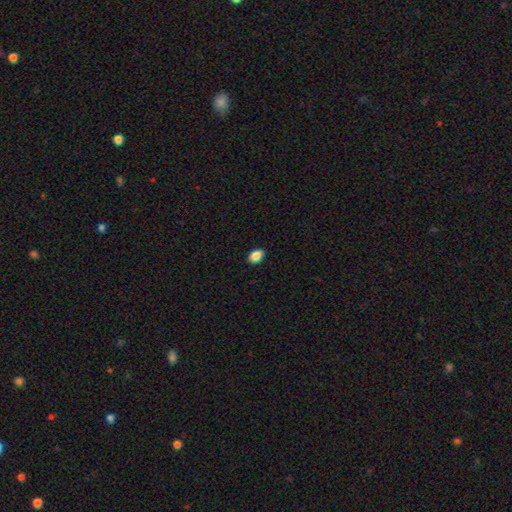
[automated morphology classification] Smooth or featured? smooth (88%)
How rounded? in between (85%)
Merging? none (89%)